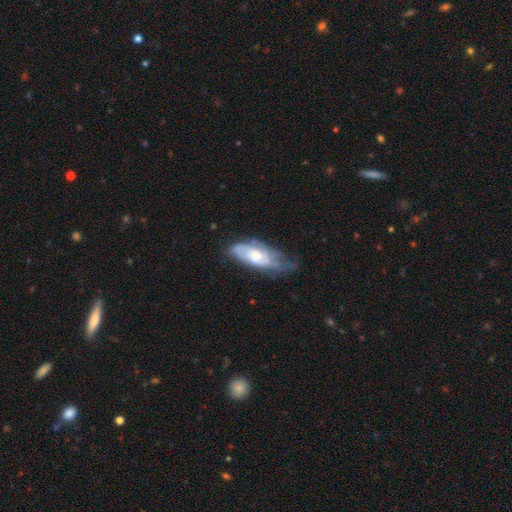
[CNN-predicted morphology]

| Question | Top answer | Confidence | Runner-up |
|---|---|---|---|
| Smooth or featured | featured or disk | 50% | smooth (43%) |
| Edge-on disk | no | 84% | yes (16%) |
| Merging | minor disturbance | 38% | none (37%) |